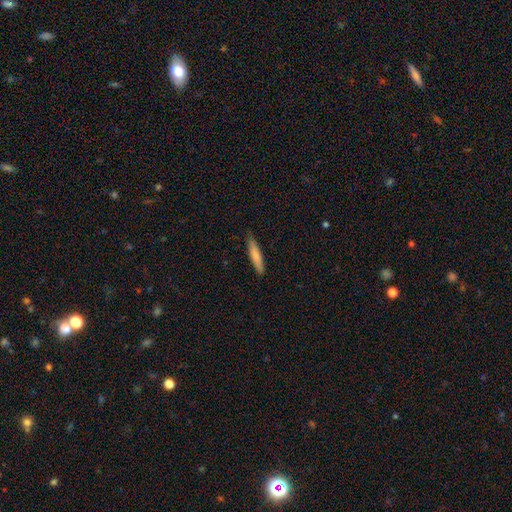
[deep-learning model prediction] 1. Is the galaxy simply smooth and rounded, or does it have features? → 79% smooth, 16% featured or disk, 5% star or artifact.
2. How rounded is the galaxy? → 89% cigar-shaped, 9% in between, 1% round.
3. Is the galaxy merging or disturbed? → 85% none, 12% minor disturbance, 2% major disturbance, 1% merger.